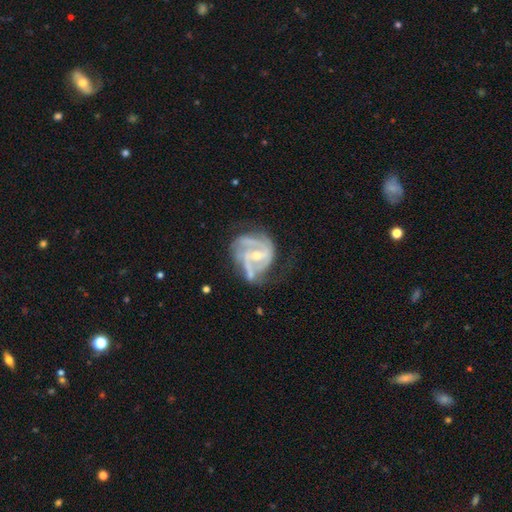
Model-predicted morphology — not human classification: type=featured or disk (85%); edge-on=no (98%); bar=weak (47%); spiral arms=yes (91%); winding=medium (44%); arm count=2 (35%); bulge=small (49%); merging=none (40%).